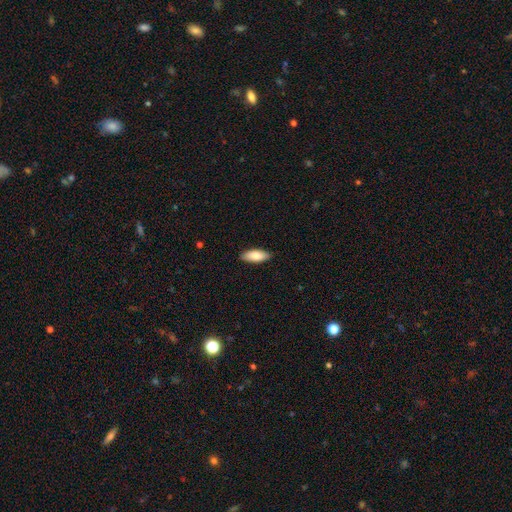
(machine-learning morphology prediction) Smooth or featured: smooth — 83% (featured or disk — 11%)
How rounded: in between — 77% (cigar-shaped — 21%)
Merging: none — 88% (minor disturbance — 10%)